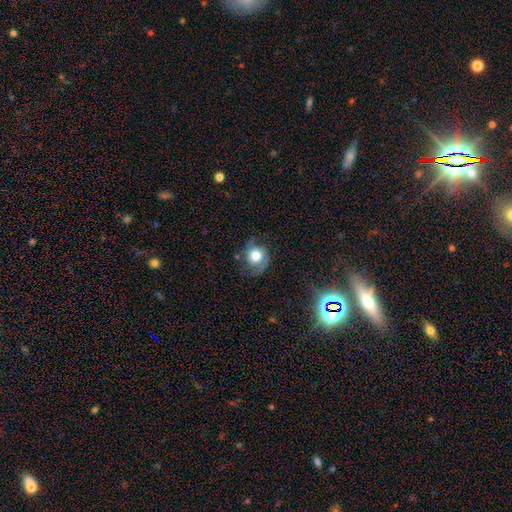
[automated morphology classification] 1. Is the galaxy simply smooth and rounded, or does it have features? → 50% smooth, 40% featured or disk, 10% star or artifact.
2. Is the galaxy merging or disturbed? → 62% none, 23% minor disturbance, 12% major disturbance, 2% merger.